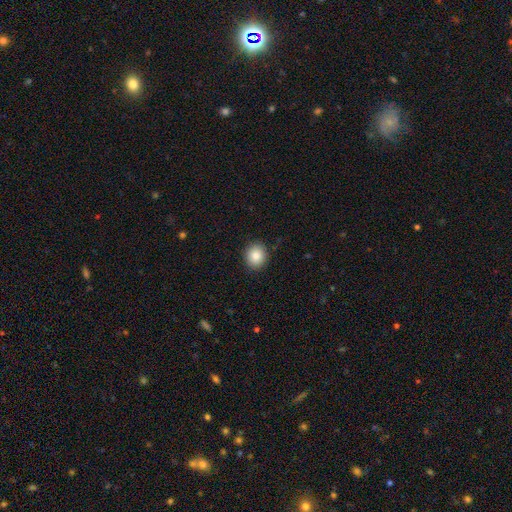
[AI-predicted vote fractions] smooth 84%, star or artifact 9%, featured or disk 7%. Down the decision tree: how rounded — round (79%); merging — none (91%).